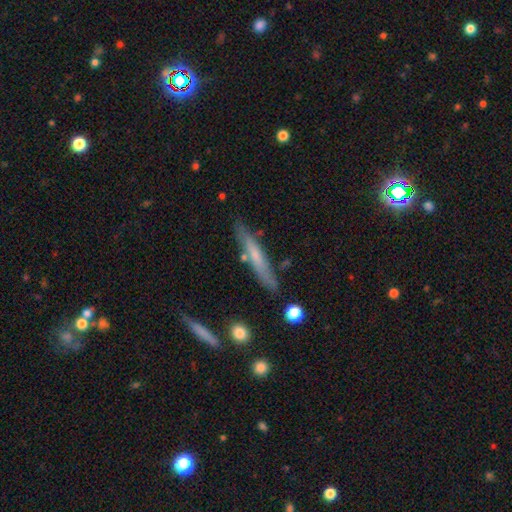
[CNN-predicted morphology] Overall: smooth (53%; featured or disk 41%). How rounded: cigar-shaped (92%). Merging: none (78%).